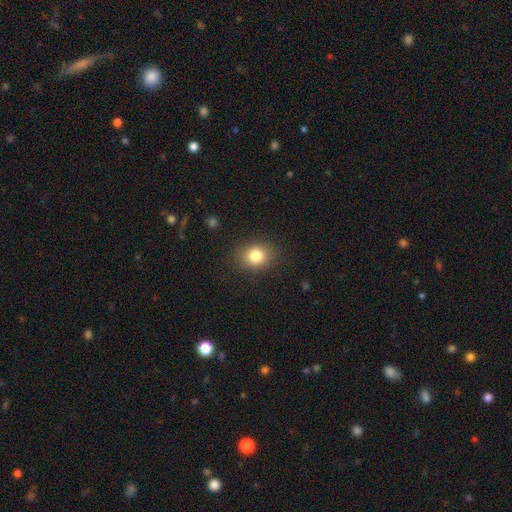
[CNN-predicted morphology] Smooth or featured? smooth (81%)
How rounded? round (65%)
Merging? none (87%)